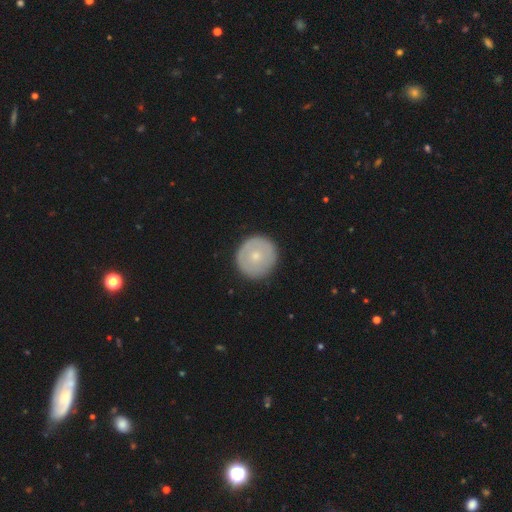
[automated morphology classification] Smooth or featured? Predicted: smooth (p=0.62). How rounded? Predicted: round (p=0.95). Merging? Predicted: none (p=0.90).